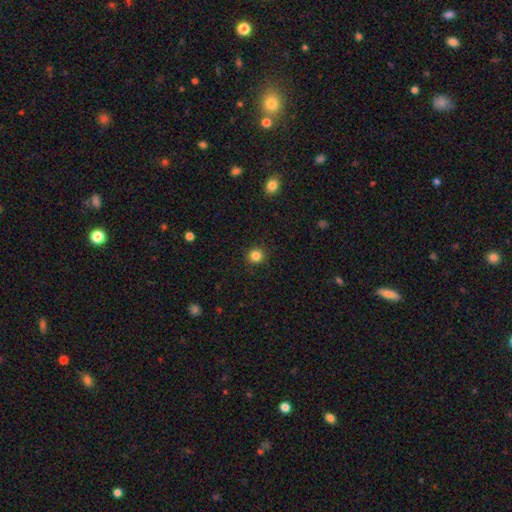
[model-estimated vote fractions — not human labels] Morphology: type=smooth (84%); roundness=round (92%); merging=none (91%).